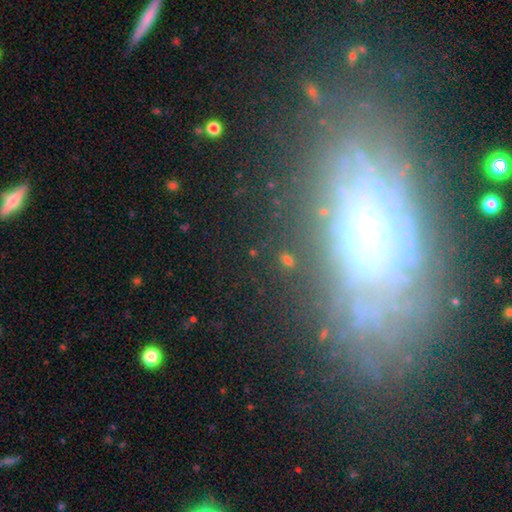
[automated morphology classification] This appears to be a featured or disk galaxy (67%) with no bar (78%), spiral arms (58%) and a moderate central bulge (45%). Merging: none (69%).